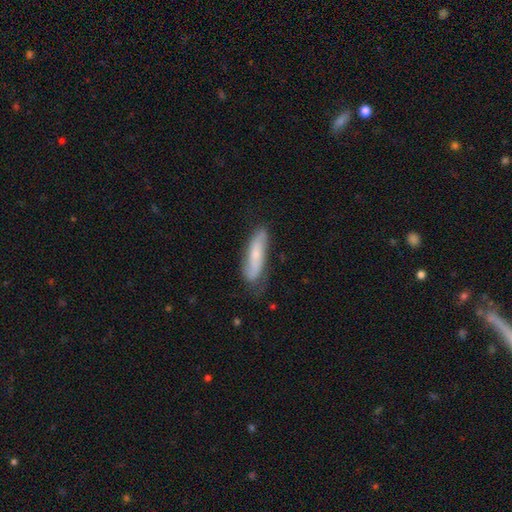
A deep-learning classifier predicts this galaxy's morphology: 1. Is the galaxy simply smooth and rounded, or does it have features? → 49% smooth, 44% featured or disk, 7% star or artifact.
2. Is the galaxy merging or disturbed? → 69% none, 24% minor disturbance, 6% major disturbance, 2% merger.